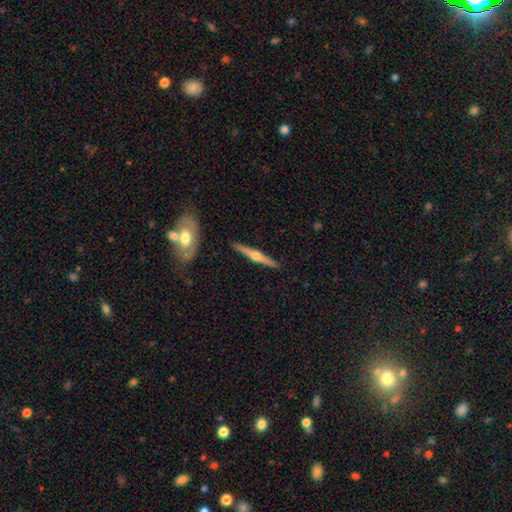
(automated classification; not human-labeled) Smooth or featured?
  - featured or disk: 75% *
  - smooth: 20%
  - star or artifact: 5%
Edge-on disk?
  - yes: 98% *
  - no: 2%
Edge-on bulge?
  - rounded: 94% *
  - boxy: 3%
  - none: 3%
Merging?
  - none: 89% *
  - minor disturbance: 7%
  - merger: 2%
  - major disturbance: 2%